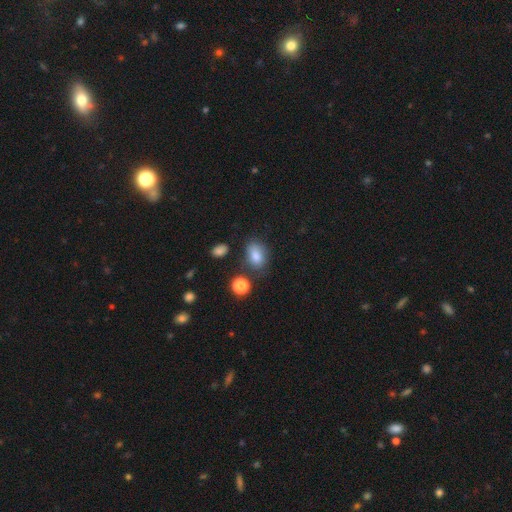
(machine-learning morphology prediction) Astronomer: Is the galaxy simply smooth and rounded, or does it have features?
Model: smooth — 81%.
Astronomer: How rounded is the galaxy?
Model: in between — 77%.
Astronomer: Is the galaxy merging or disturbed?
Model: none — 68%.